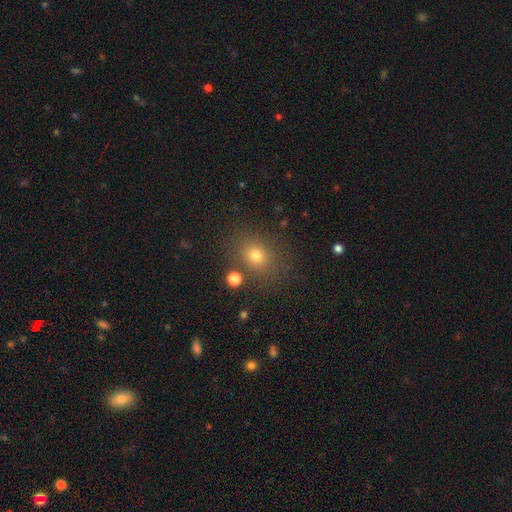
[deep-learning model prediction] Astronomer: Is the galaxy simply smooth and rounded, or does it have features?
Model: smooth — 74%.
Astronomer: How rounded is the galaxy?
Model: round — 60% (runner-up: in between, 39%).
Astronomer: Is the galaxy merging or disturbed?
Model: none — 81%.